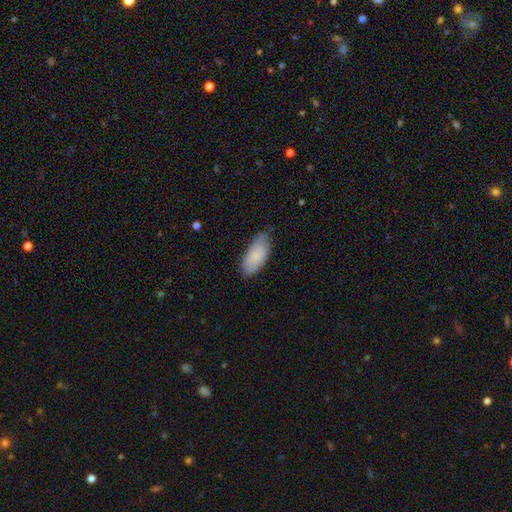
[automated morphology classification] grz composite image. It shows a smooth galaxy with no disk features (76%) that is in between round and cigar-shaped (90%). Merging: none (72%).